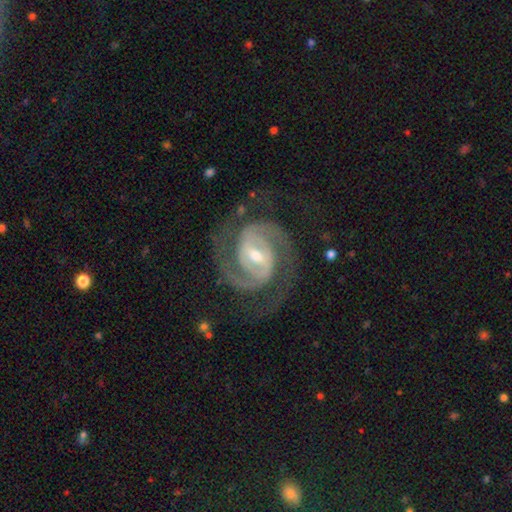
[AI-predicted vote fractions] Smooth or featured: featured or disk — 93% (star or artifact — 4%)
Edge-on disk: no — 98% (yes — 2%)
Bar: weak — 44% (strong — 43%)
Spiral arms: yes — 99% (no — 1%)
Spiral winding: tight — 52% (medium — 43%)
Spiral arm count: 2 — 91% (3 — 3%)
Bulge size: moderate — 54% (small — 41%)
Merging: none — 79% (minor disturbance — 12%)